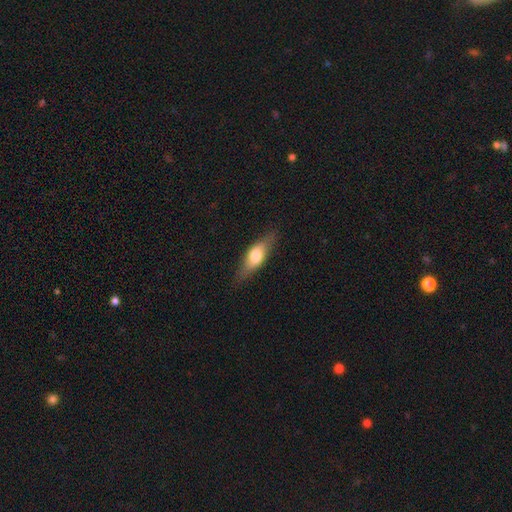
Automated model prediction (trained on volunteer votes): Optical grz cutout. It shows a smooth galaxy with no disk features (61%) that is in between round and cigar-shaped (65%). Merging: none (79%).